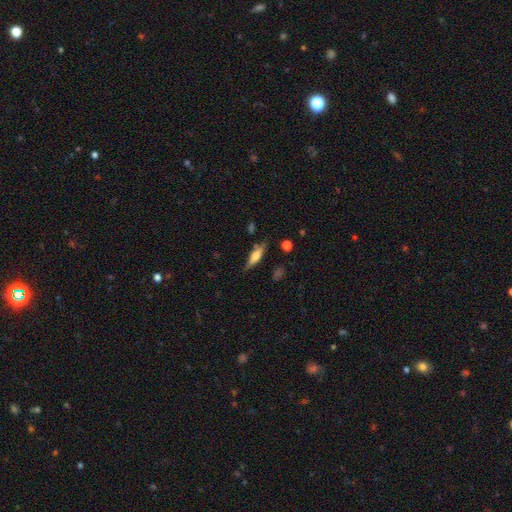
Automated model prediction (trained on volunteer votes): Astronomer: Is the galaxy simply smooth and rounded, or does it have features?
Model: smooth — 54% (runner-up: featured or disk, 39%).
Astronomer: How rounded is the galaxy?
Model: cigar-shaped — 60% (runner-up: in between, 37%).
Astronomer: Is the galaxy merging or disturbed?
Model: none — 72%.